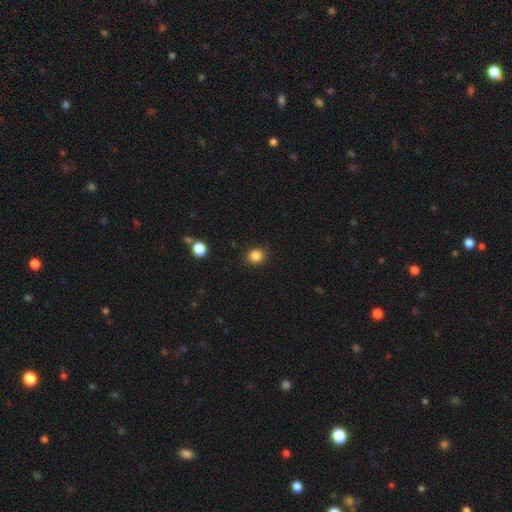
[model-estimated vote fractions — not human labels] smooth-or-featured: smooth: 85% | star or artifact: 12% | featured or disk: 4%
  how-rounded: round: 86% | in between: 13% | cigar-shaped: 1%
  merging: none: 90% | minor disturbance: 7% | major disturbance: 2% | merger: 1%